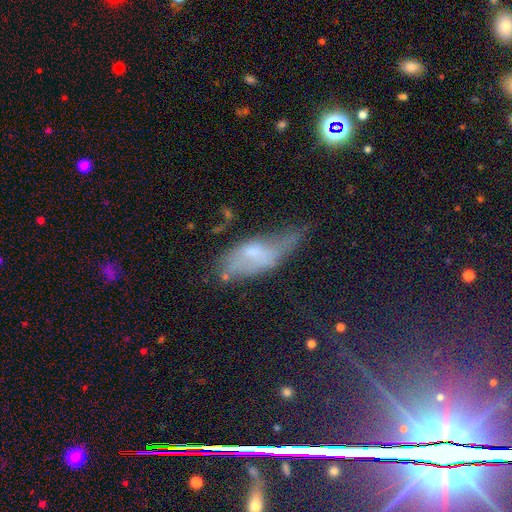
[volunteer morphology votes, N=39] smooth 59%, featured or disk 33%, star or artifact 8%. Down the decision tree: how rounded — in between (83%); merging — minor disturbance (39%).